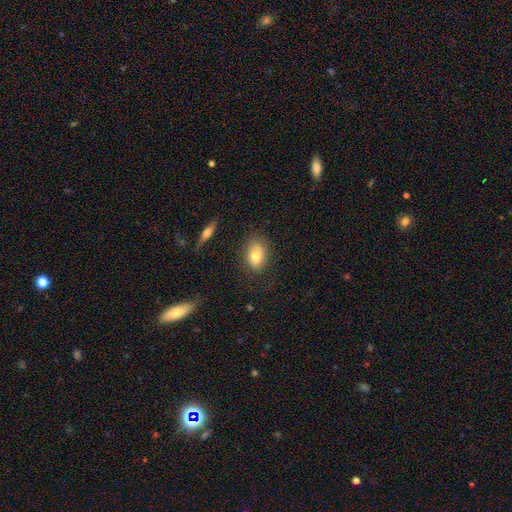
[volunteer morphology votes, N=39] Smooth or featured?
  - smooth: 85% *
  - featured or disk: 10%
  - star or artifact: 5%
How rounded?
  - in between: 85% *
  - round: 12%
  - cigar-shaped: 3%
Merging?
  - none: 86% *
  - minor disturbance: 11%
  - major disturbance: 3%
  - merger: 0%